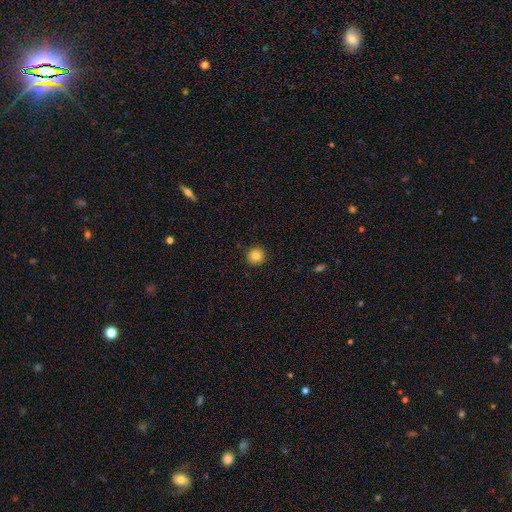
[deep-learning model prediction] smooth_or_featured: smooth (p=0.84) [alt: star or artifact p=0.10]
how_rounded: round (p=0.94) [alt: in between p=0.05]
merging: none (p=0.91) [alt: minor disturbance p=0.06]